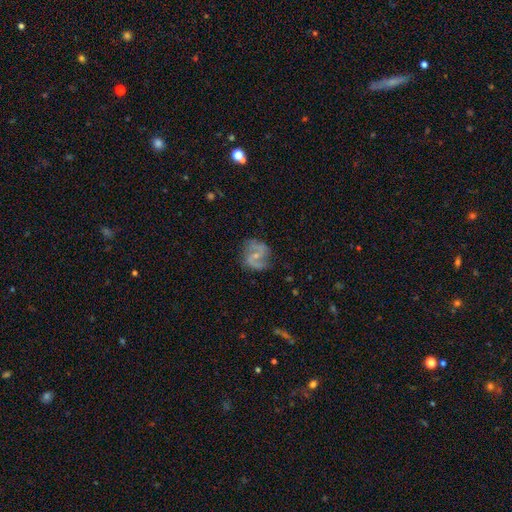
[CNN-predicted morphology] A featured or disk galaxy (76%) with a weak bar (48%), 2 (86%) medium (47%) spiral arms (91%) and a small central bulge (61%).

Vote fractions:
- Smooth or featured? featured or disk: 76% / smooth: 16% / star or artifact: 7%
- Edge-on disk? no: 97% / yes: 3%
- Bar? weak: 48% / no: 31% / strong: 21%
- Spiral arms? yes: 91% / no: 9%
- Spiral winding? medium: 47% / loose: 36% / tight: 16%
- Spiral arm count? 2: 86% / can't tell: 6% / 1: 3% / 3: 2% / 4: 1% / more than 4: 1%
- Bulge size? small: 61% / moderate: 32% / none: 5% / large: 1% / dominant: 1%
- Merging? none: 71% / minor disturbance: 19% / major disturbance: 8% / merger: 1%